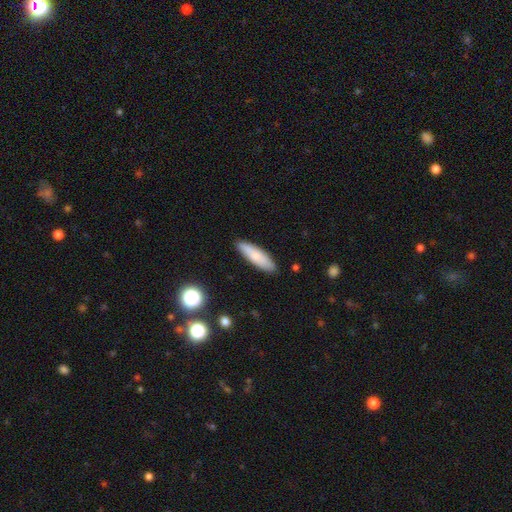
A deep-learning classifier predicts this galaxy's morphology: Smooth or featured: smooth — 78% (featured or disk — 15%)
How rounded: cigar-shaped — 63% (in between — 35%)
Merging: none — 88% (minor disturbance — 9%)